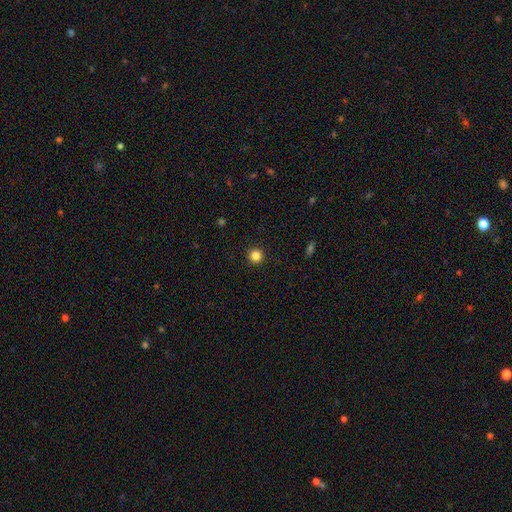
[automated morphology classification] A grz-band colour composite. It shows a smooth galaxy with no disk features (85%) that is round (96%). Merging: none (93%).